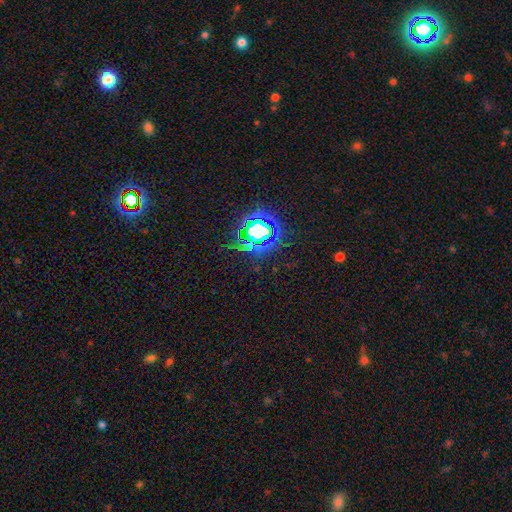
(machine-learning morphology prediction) Overall: star or artifact (81%).